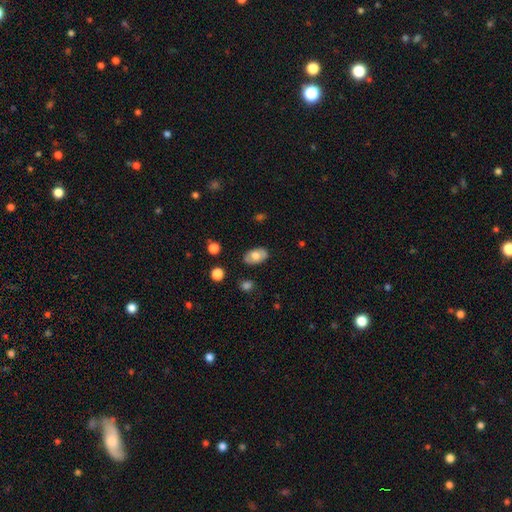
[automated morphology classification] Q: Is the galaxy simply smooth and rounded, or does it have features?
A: smooth — 67%.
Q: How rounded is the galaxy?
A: in between — 91%.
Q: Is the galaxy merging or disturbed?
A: none — 82%.